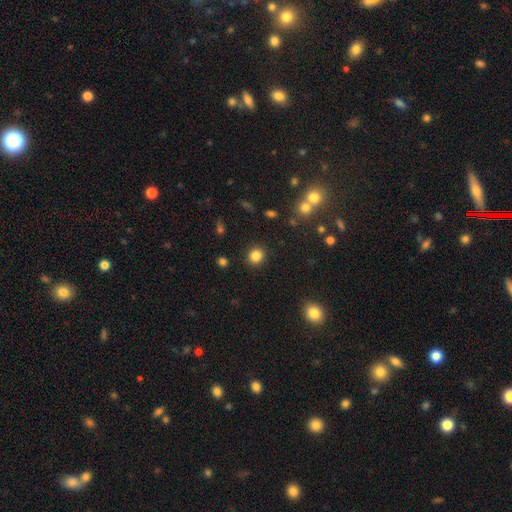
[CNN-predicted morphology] The model was most divided on "smooth or featured": smooth: 83%, star or artifact: 12%, featured or disk: 5%. More confident: merging — none (91%); how rounded — round (90%).